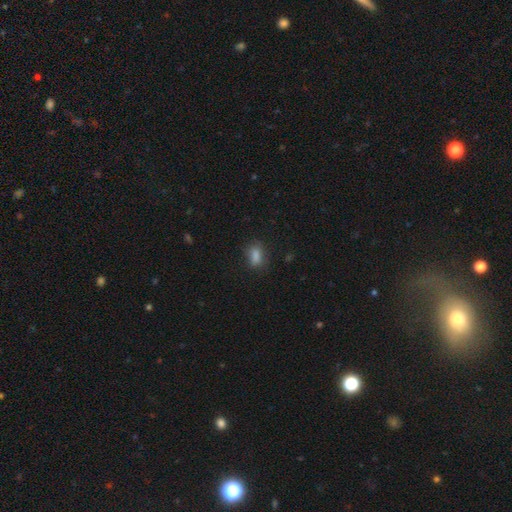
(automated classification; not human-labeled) Overall: smooth (84%). How rounded: in between (82%). Merging: none (72%).